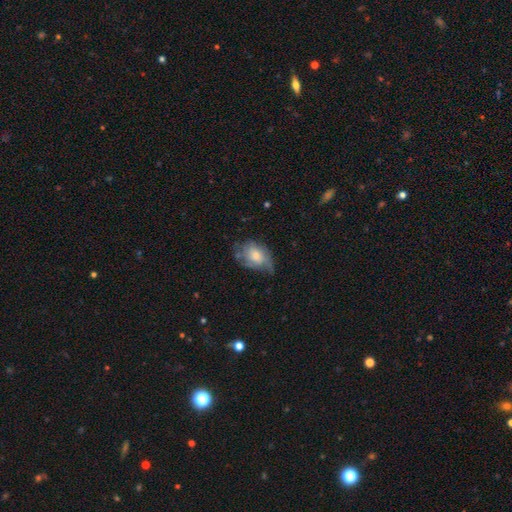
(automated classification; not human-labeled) Smooth or featured?
  - smooth: 53% *
  - featured or disk: 40%
  - star or artifact: 7%
How rounded?
  - in between: 80% *
  - round: 18%
  - cigar-shaped: 2%
Merging?
  - none: 42% *
  - minor disturbance: 37%
  - major disturbance: 19%
  - merger: 2%